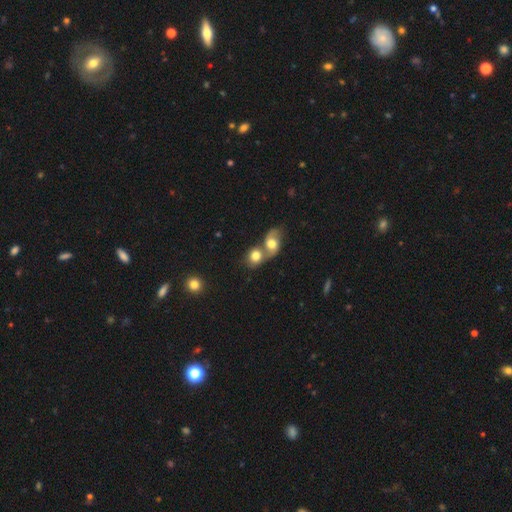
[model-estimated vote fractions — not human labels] smooth-or-featured: smooth: 70% | featured or disk: 21% | star or artifact: 9%
  how-rounded: round: 58% | in between: 41% | cigar-shaped: 2%
  merging: merger: 65% | none: 24% | minor disturbance: 7% | major disturbance: 4%